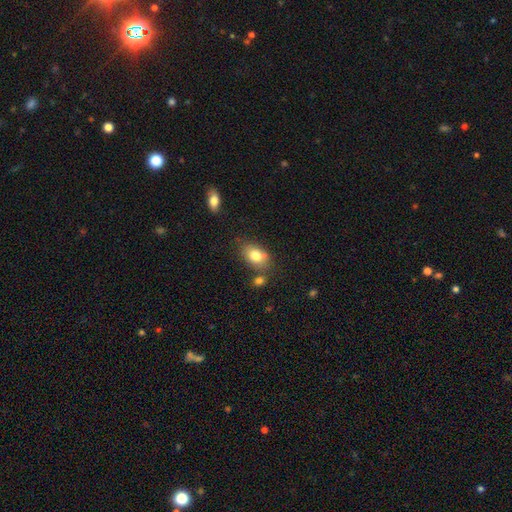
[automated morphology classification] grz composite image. It shows a smooth galaxy with no disk features (80%) that is in between round and cigar-shaped (84%). Merging: none (65%).